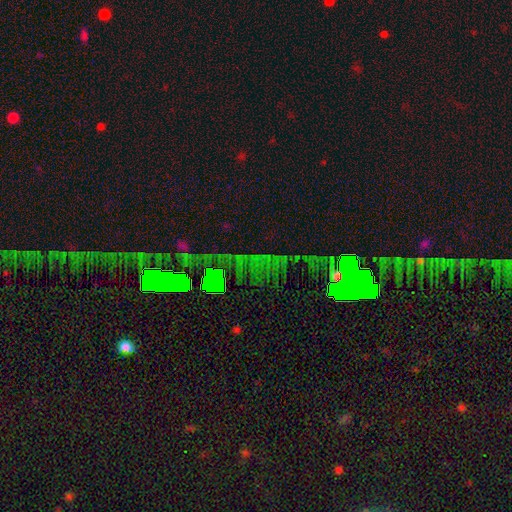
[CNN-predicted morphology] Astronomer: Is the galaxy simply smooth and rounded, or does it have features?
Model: star or artifact — 78%.